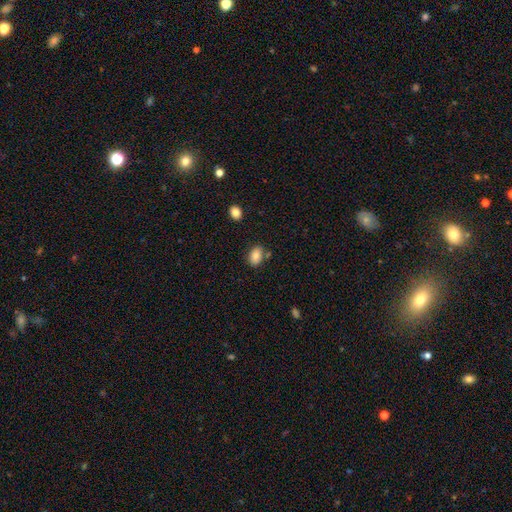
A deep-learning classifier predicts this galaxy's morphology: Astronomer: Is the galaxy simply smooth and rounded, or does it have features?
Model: smooth — 83%.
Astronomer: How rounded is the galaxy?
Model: in between — 83%.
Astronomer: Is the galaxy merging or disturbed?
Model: none — 77%.